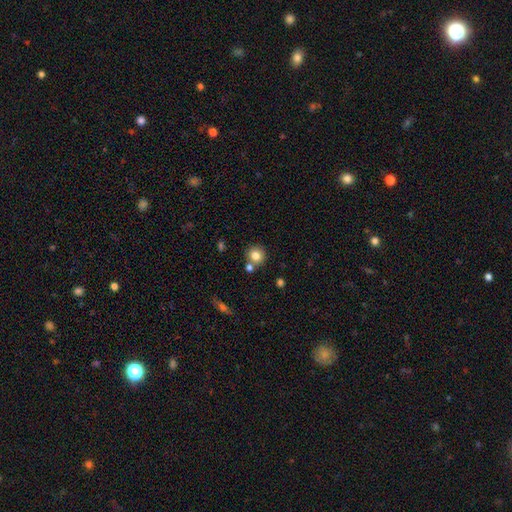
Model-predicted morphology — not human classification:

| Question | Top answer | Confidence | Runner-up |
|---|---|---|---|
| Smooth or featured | smooth | 80% | star or artifact (11%) |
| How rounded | round | 91% | in between (8%) |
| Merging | none | 73% | merger (16%) |